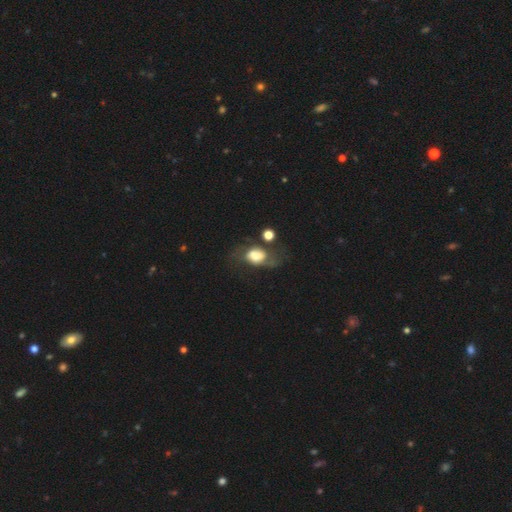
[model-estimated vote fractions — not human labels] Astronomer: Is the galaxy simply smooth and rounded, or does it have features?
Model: smooth — 53% (runner-up: featured or disk, 34%).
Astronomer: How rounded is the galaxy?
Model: in between — 66%.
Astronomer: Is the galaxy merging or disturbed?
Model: major disturbance — 31% (runner-up: none, 28%).